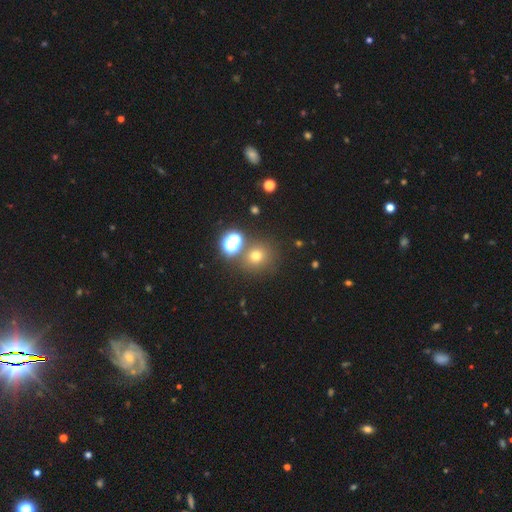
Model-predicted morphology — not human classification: smooth 65%, star or artifact 26%, featured or disk 9%. Down the decision tree: how rounded — round (85%); merging — none (77%).